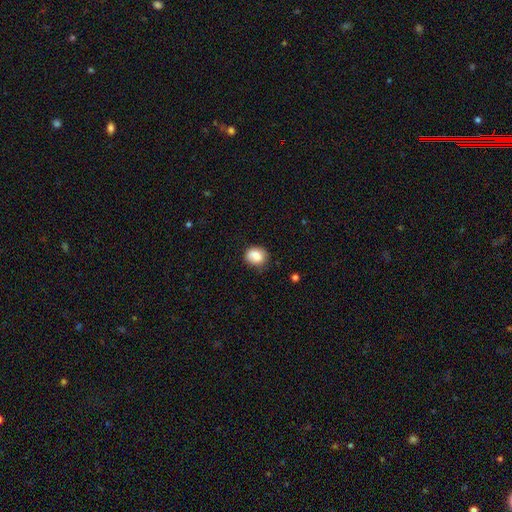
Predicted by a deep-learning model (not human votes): Smooth or featured: smooth — 86% (star or artifact — 8%)
How rounded: round — 63% (in between — 36%)
Merging: none — 74% (minor disturbance — 20%)